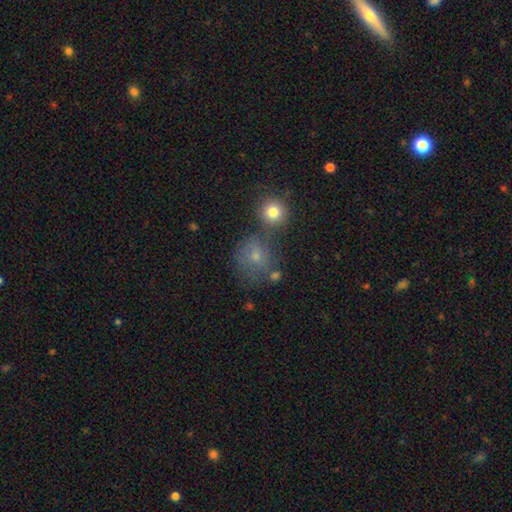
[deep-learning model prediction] Smooth or featured?
  - smooth: 61% *
  - featured or disk: 23%
  - star or artifact: 16%
How rounded?
  - round: 76% *
  - in between: 23%
  - cigar-shaped: 1%
Merging?
  - none: 52% *
  - minor disturbance: 19%
  - merger: 18%
  - major disturbance: 11%